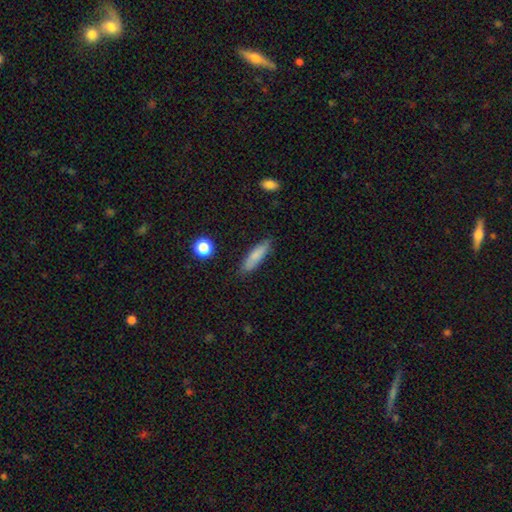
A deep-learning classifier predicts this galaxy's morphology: Smooth or featured: smooth — 79% (featured or disk — 13%)
How rounded: cigar-shaped — 68% (in between — 30%)
Merging: none — 83% (minor disturbance — 13%)